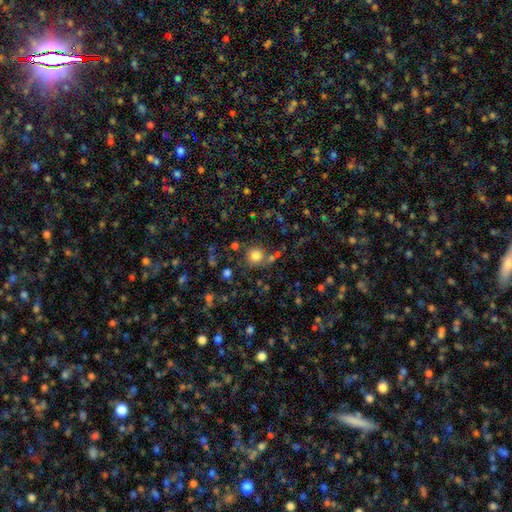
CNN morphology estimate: smooth_or_featured: smooth (p=0.81) [alt: star or artifact p=0.12]
how_rounded: round (p=0.92) [alt: in between p=0.07]
merging: none (p=0.73) [alt: merger p=0.12]